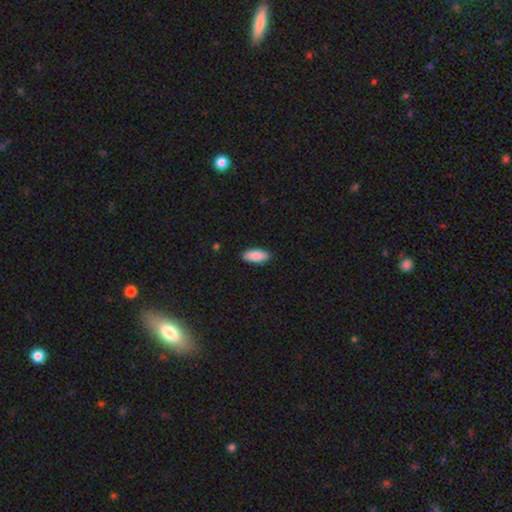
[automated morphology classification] Smooth or featured? Predicted: smooth (p=0.90). How rounded? Predicted: in between (p=0.86). Merging? Predicted: none (p=0.88).